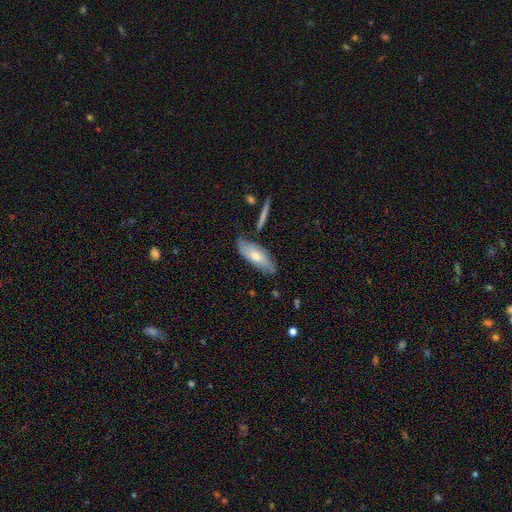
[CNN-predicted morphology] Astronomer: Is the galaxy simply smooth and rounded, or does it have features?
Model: smooth — 61%.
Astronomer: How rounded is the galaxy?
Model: in between — 70%.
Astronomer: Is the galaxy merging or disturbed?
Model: none — 71%.